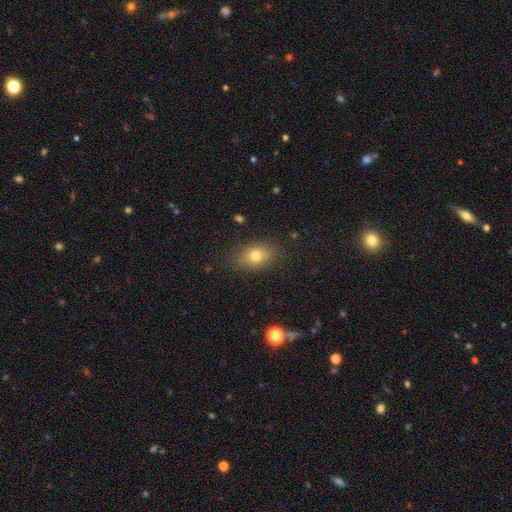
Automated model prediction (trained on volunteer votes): smooth_or_featured: smooth (p=0.75) [alt: featured or disk p=0.14]
how_rounded: in between (p=0.75) [alt: round p=0.23]
merging: none (p=0.81) [alt: minor disturbance p=0.13]